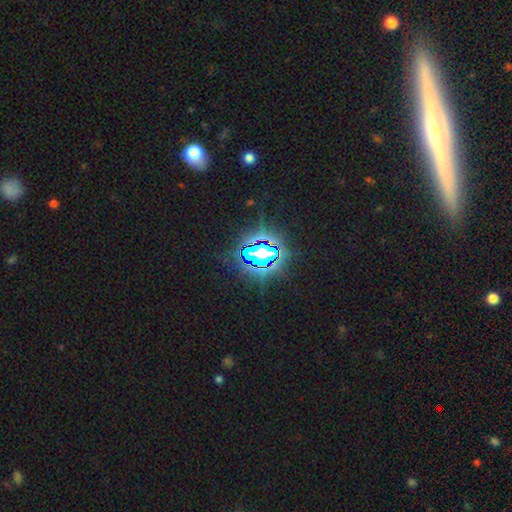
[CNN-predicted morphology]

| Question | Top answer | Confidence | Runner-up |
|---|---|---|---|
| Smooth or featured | star or artifact | 79% | smooth (13%) |